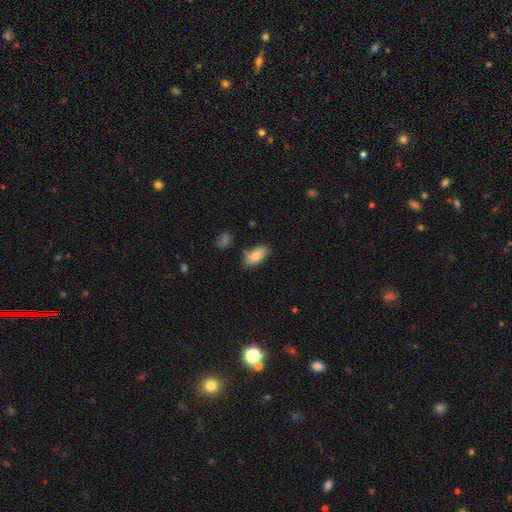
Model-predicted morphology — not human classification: smooth 81%, featured or disk 11%, star or artifact 7%. Down the decision tree: how rounded — in between (92%); merging — none (72%).